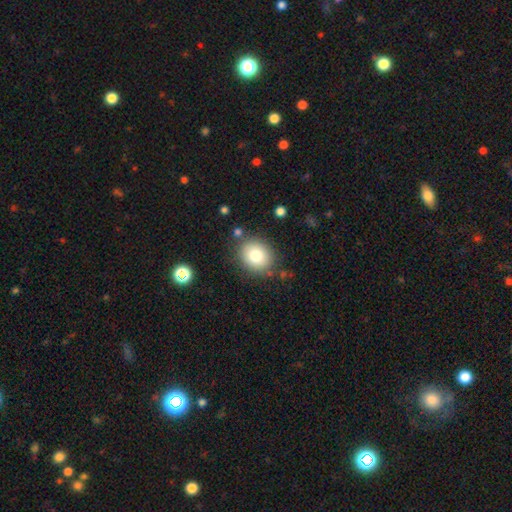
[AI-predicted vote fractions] Smooth or featured? Predicted: smooth (p=0.80). How rounded? Predicted: round (p=0.71). Merging? Predicted: none (p=0.83).